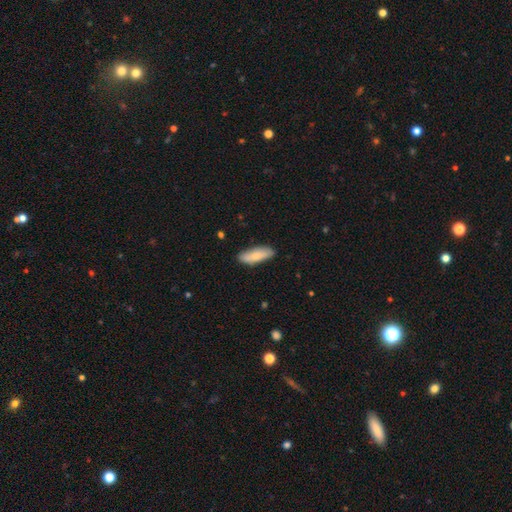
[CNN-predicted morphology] smooth_or_featured: smooth (p=0.76) [alt: featured or disk p=0.19]
how_rounded: in between (p=0.61) [alt: cigar-shaped p=0.37]
merging: none (p=0.84) [alt: minor disturbance p=0.13]